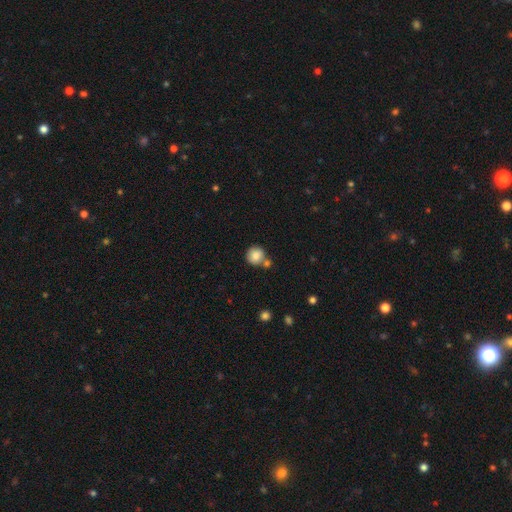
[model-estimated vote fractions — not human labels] smooth_or_featured: smooth (p=0.85) [alt: star or artifact p=0.08]
how_rounded: round (p=0.91) [alt: in between p=0.08]
merging: none (p=0.60) [alt: merger p=0.25]